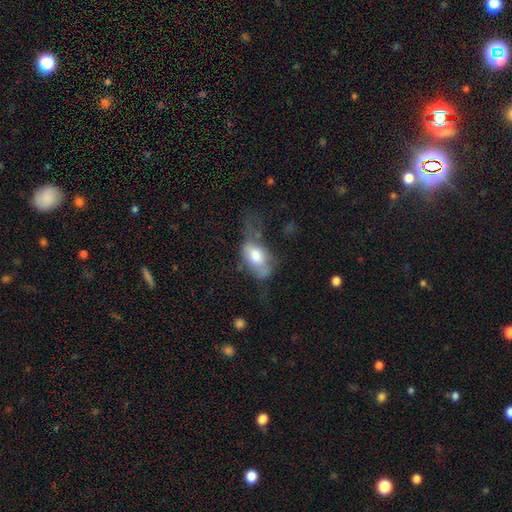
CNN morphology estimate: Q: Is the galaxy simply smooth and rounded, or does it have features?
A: smooth — 62%.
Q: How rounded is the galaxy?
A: in between — 88%.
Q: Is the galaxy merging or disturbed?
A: major disturbance — 45%.